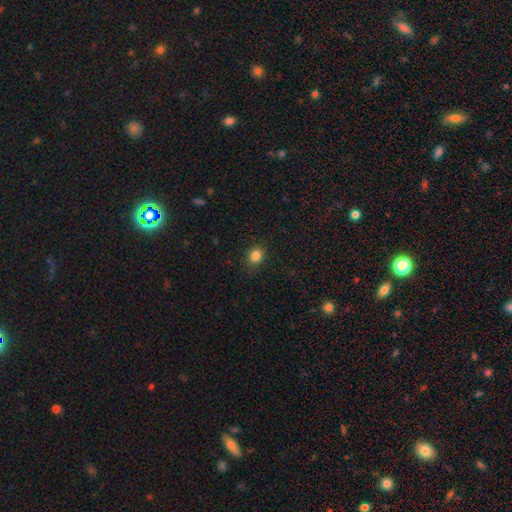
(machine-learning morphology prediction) Smooth or featured? Predicted: smooth (p=0.84). How rounded? Predicted: round (p=0.75). Merging? Predicted: none (p=0.88).